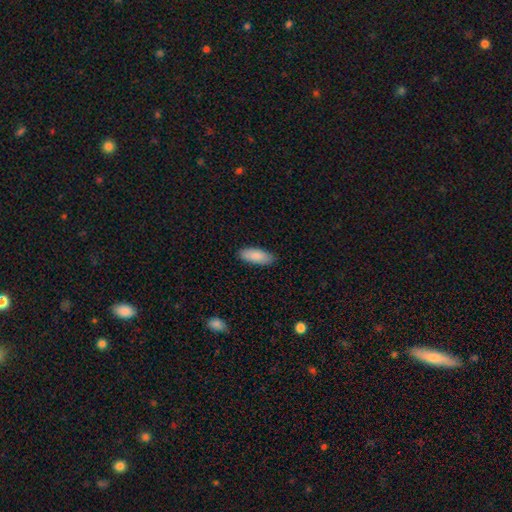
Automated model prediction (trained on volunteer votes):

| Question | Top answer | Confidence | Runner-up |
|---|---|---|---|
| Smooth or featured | smooth | 89% | featured or disk (6%) |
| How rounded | in between | 78% | cigar-shaped (21%) |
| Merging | none | 88% | minor disturbance (9%) |